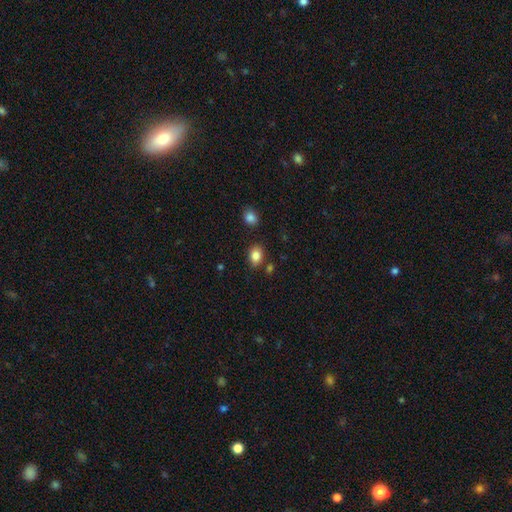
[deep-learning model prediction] A smooth galaxy with no disk features (85%) that is in between round and cigar-shaped (72%).

Vote fractions:
- Smooth or featured? smooth: 85% / star or artifact: 9% / featured or disk: 6%
- How rounded? in between: 72% / round: 27% / cigar-shaped: 1%
- Merging? none: 81% / minor disturbance: 11% / merger: 5% / major disturbance: 3%